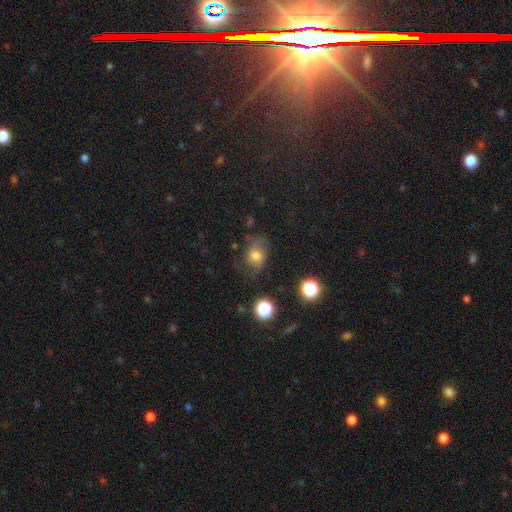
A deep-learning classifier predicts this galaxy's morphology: A smooth galaxy with no disk features (62%) that is in between round and cigar-shaped (54%).

Vote fractions:
- Smooth or featured? smooth: 62% / featured or disk: 23% / star or artifact: 16%
- How rounded? in between: 54% / round: 45% / cigar-shaped: 1%
- Merging? none: 51% / minor disturbance: 28% / major disturbance: 19% / merger: 3%